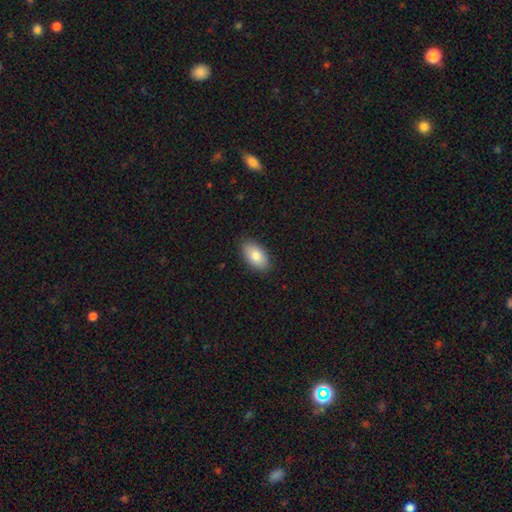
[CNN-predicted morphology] Overall: smooth (81%). How rounded: in between (93%). Merging: none (87%).